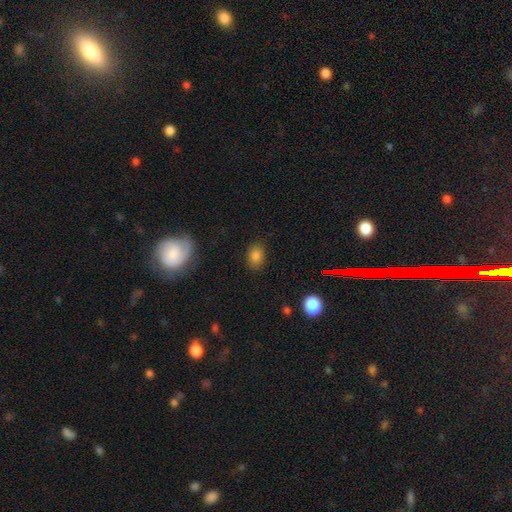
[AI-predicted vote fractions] smooth-or-featured: smooth: 81% | star or artifact: 12% | featured or disk: 6%
  how-rounded: in between: 69% | round: 30% | cigar-shaped: 1%
  merging: none: 84% | minor disturbance: 11% | major disturbance: 3% | merger: 1%